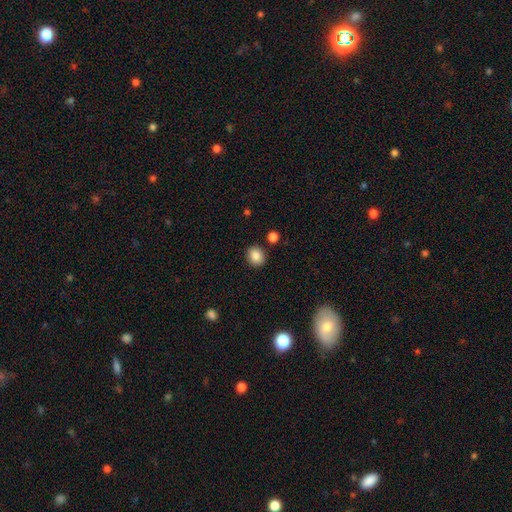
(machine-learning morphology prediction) smooth 87%, star or artifact 9%, featured or disk 5%. Down the decision tree: how rounded — round (67%); merging — none (86%).